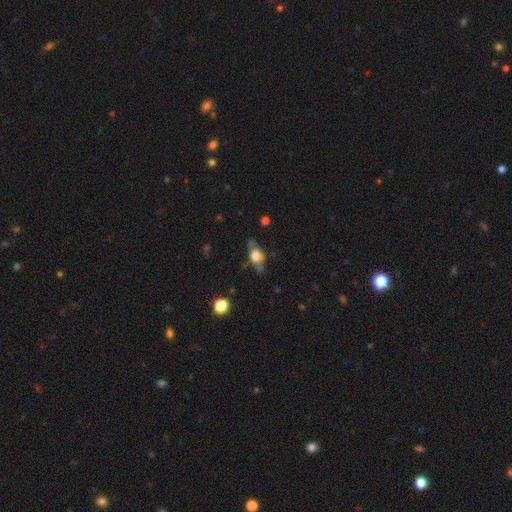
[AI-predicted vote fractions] The model was most divided on "smooth or featured": smooth: 48%, featured or disk: 43%, star or artifact: 9%. More confident: merging — none (65%).